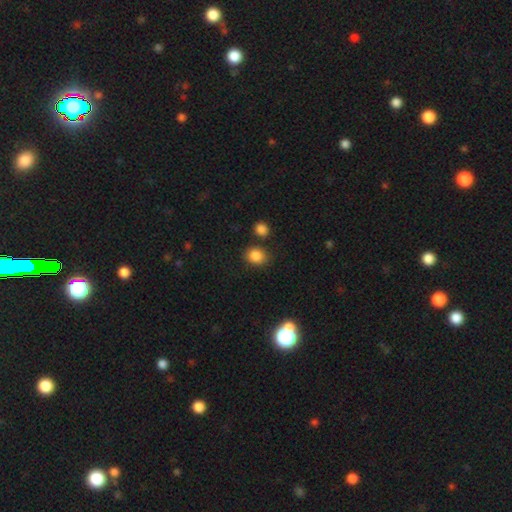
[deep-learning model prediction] Smooth or featured? smooth (85%)
How rounded? round (60%)
Merging? none (78%)